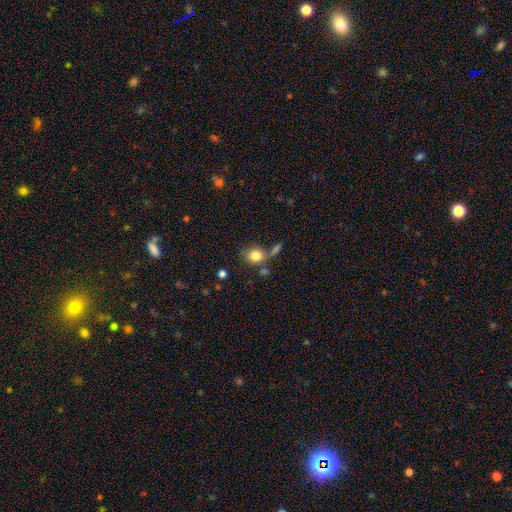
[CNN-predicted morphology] smooth_or_featured: smooth (p=0.82) [alt: star or artifact p=0.10]
how_rounded: round (p=0.64) [alt: in between p=0.34]
merging: none (p=0.57) [alt: merger p=0.19]